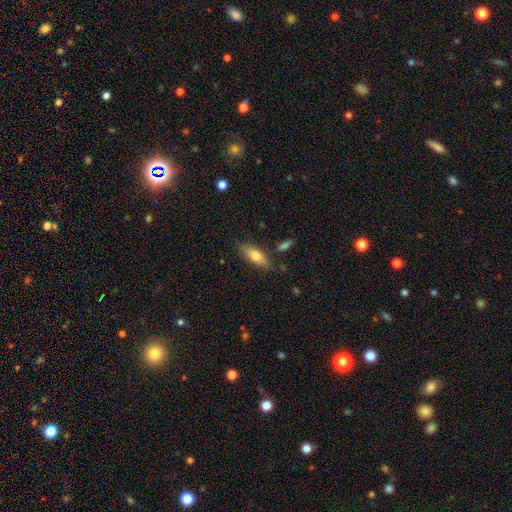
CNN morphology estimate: Overall: smooth (71%). How rounded: in between (69%). Merging: none (78%).